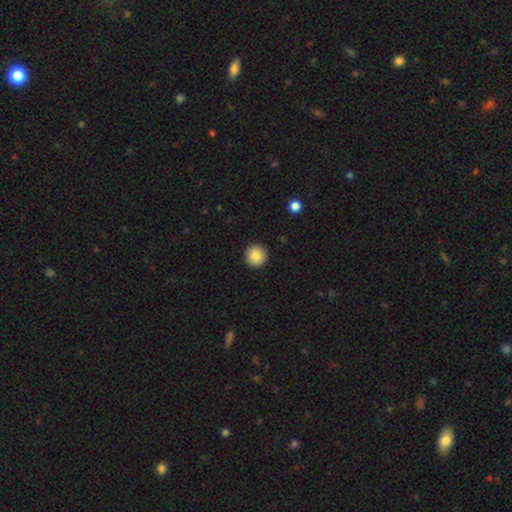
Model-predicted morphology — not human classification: Overall: smooth (88%). How rounded: round (95%). Merging: none (93%).